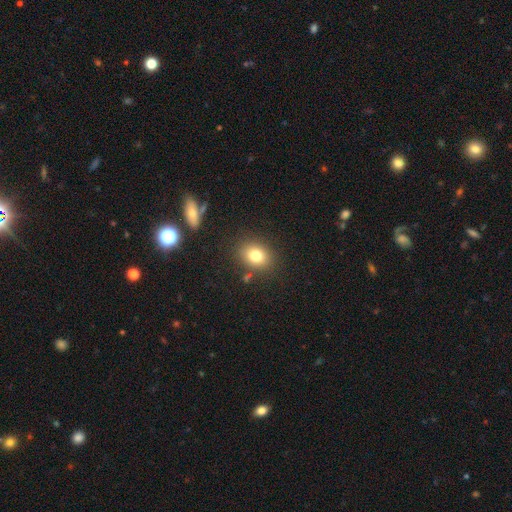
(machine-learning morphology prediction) smooth 79%, star or artifact 12%, featured or disk 9%. Down the decision tree: how rounded — round (52%); merging — none (82%).